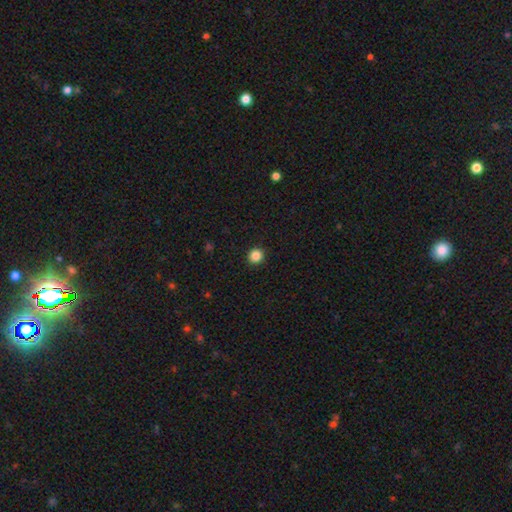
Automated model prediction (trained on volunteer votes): Smooth or featured? Predicted: smooth (p=0.86). How rounded? Predicted: round (p=0.94). Merging? Predicted: none (p=0.94).